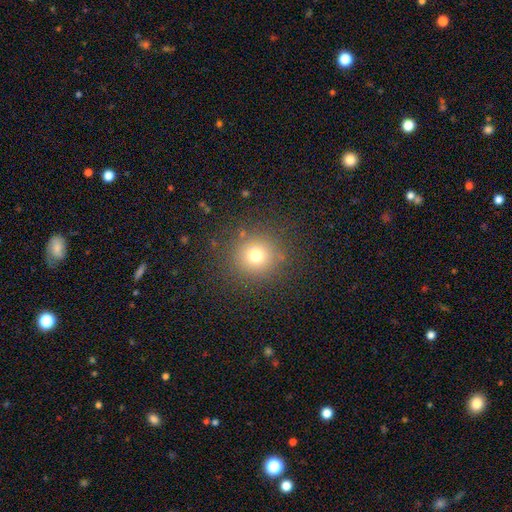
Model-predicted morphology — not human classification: Smooth or featured?
  - smooth: 72% *
  - star or artifact: 18%
  - featured or disk: 10%
How rounded?
  - round: 93% *
  - in between: 6%
  - cigar-shaped: 1%
Merging?
  - none: 86% *
  - minor disturbance: 8%
  - major disturbance: 5%
  - merger: 2%